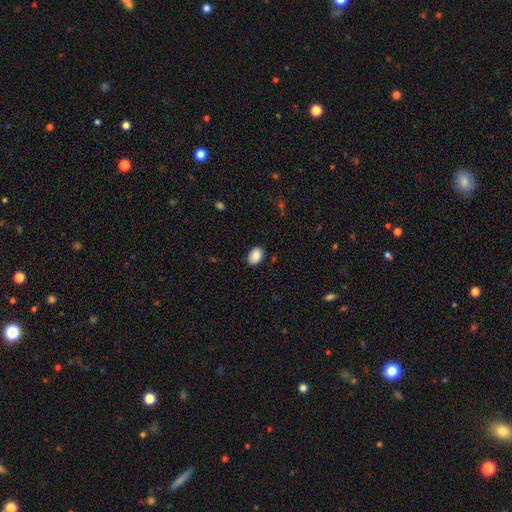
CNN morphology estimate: The model was most divided on "how rounded": in between: 81%, round: 18%, cigar-shaped: 1%. More confident: smooth or featured — smooth (89%); merging — none (85%).